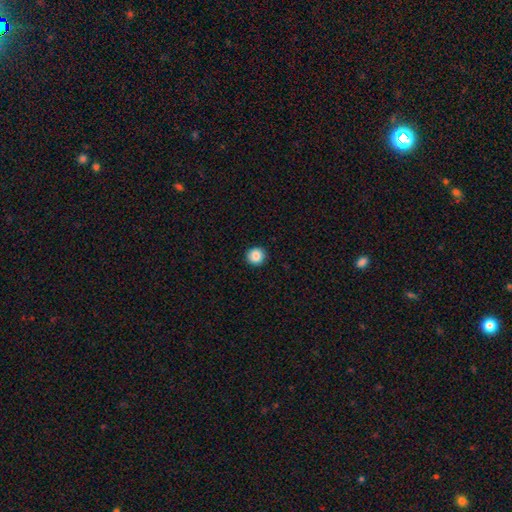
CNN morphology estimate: smooth 87%, star or artifact 9%, featured or disk 4%. Down the decision tree: how rounded — round (94%); merging — none (91%).